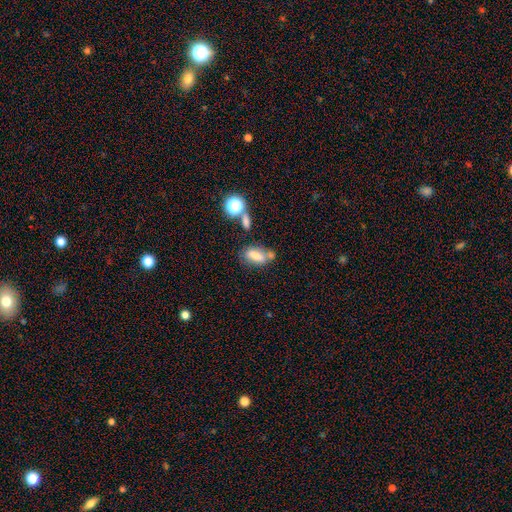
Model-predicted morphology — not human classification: Smooth or featured: smooth — 69% (featured or disk — 18%)
How rounded: in between — 78% (cigar-shaped — 15%)
Merging: none — 47% (merger — 24%)